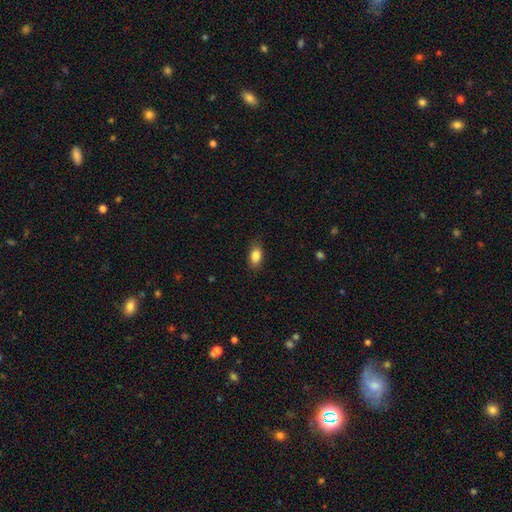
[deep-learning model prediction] Morphology: type=smooth (85%); roundness=in between (88%); merging=none (83%).